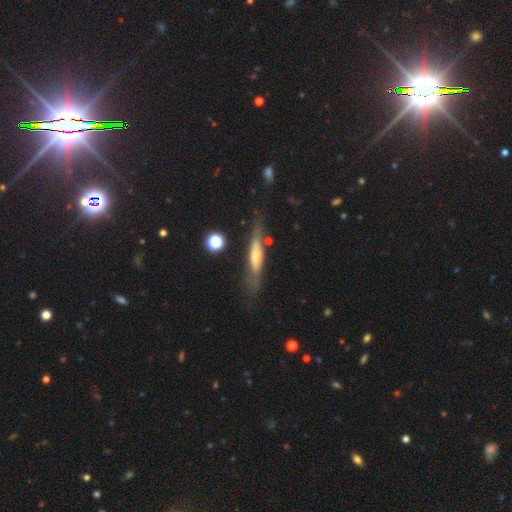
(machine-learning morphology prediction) A featured or disk galaxy (58%) viewed edge-on (80%). Merging: none (68%).